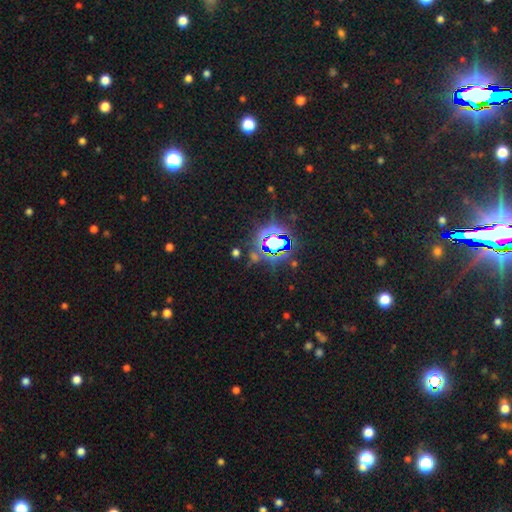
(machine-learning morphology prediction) Overall: star or artifact (78%).